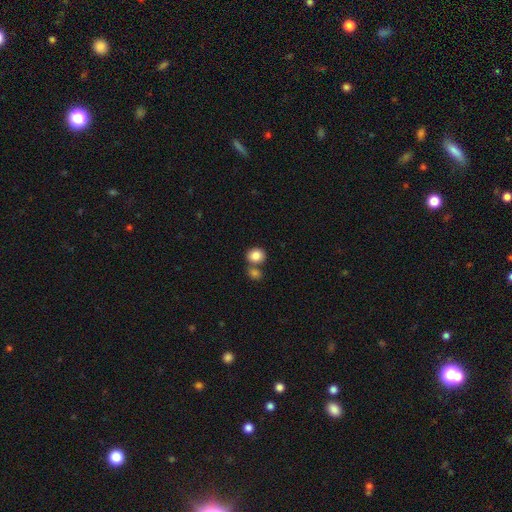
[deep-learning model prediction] Q: Smooth or featured?
A: smooth (85%); runner-up: star or artifact (8%)
Q: How rounded?
A: round (71%); runner-up: in between (28%)
Q: Merging?
A: none (54%); runner-up: merger (34%)